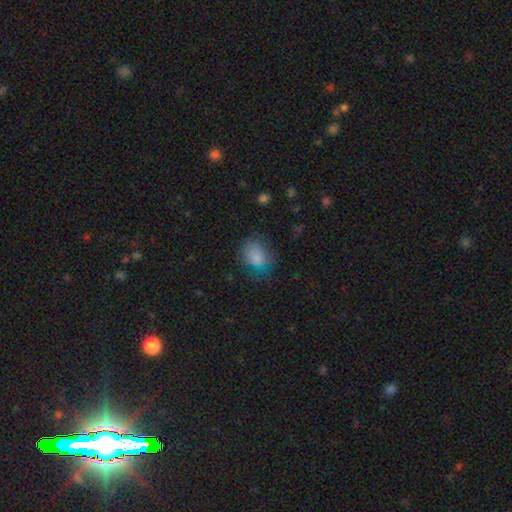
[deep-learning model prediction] This appears to be a smooth galaxy with no disk features (79%) that is in between round and cigar-shaped (58%). Merging: none (65%).